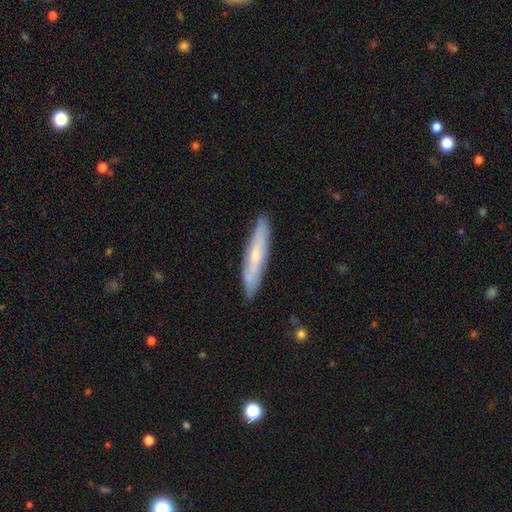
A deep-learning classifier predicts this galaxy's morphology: smooth_or_featured: featured or disk (p=0.51) [alt: smooth p=0.43]
disk_edge_on: yes (p=0.69) [alt: no p=0.31]
merging: none (p=0.87) [alt: minor disturbance p=0.10]